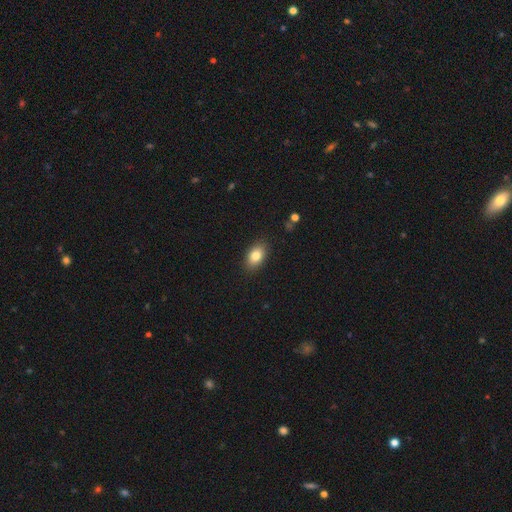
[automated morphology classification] type=smooth (82%); roundness=in between (88%); merging=none (88%).